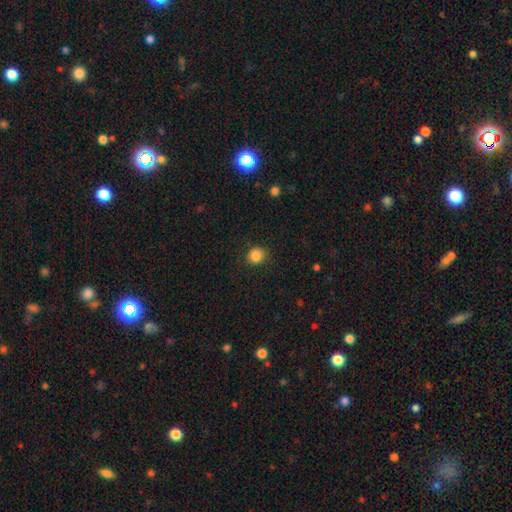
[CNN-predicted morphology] Smooth or featured?
  - smooth: 86% *
  - star or artifact: 10%
  - featured or disk: 4%
How rounded?
  - round: 80% *
  - in between: 19%
  - cigar-shaped: 1%
Merging?
  - none: 85% *
  - minor disturbance: 11%
  - major disturbance: 3%
  - merger: 1%